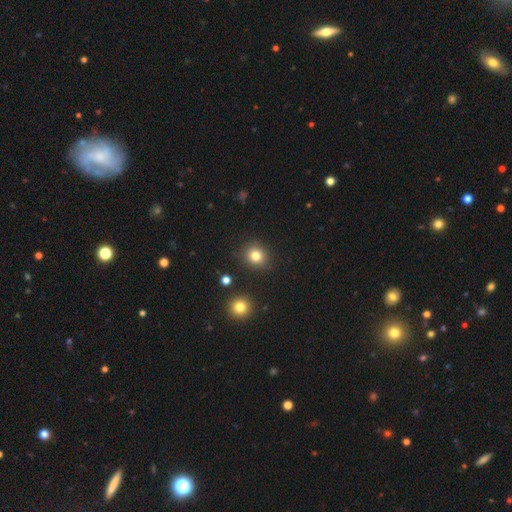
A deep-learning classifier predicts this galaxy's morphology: Q: Smooth or featured?
A: smooth (81%); runner-up: star or artifact (12%)
Q: How rounded?
A: round (79%); runner-up: in between (20%)
Q: Merging?
A: none (87%); runner-up: minor disturbance (8%)